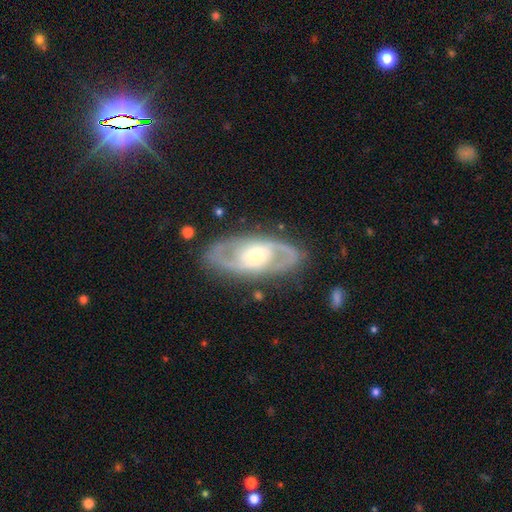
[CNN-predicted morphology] This appears to be a featured or disk galaxy (85%) with no bar (54%), 2 (89%) medium (52%) spiral arms (90%) and a moderate central bulge (54%). Merging: none (84%).